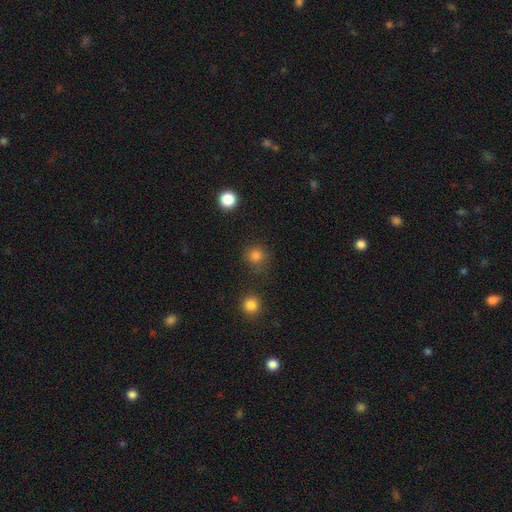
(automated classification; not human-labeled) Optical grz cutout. It shows a smooth galaxy with no disk features (82%) that is round (93%). Merging: none (82%).